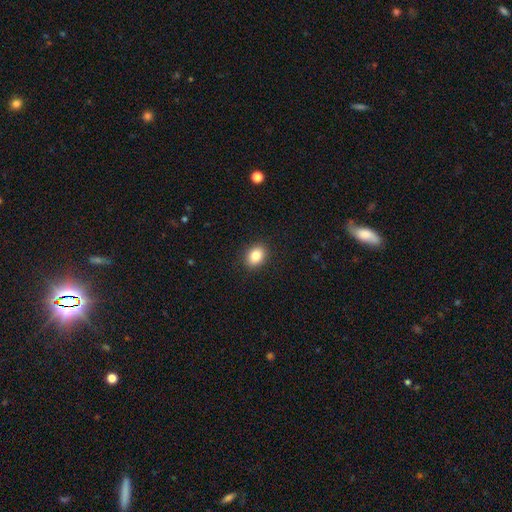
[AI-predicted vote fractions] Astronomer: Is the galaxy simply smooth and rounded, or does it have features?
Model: smooth — 84%.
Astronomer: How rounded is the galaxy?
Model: in between — 64%.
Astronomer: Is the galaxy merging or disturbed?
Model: none — 90%.